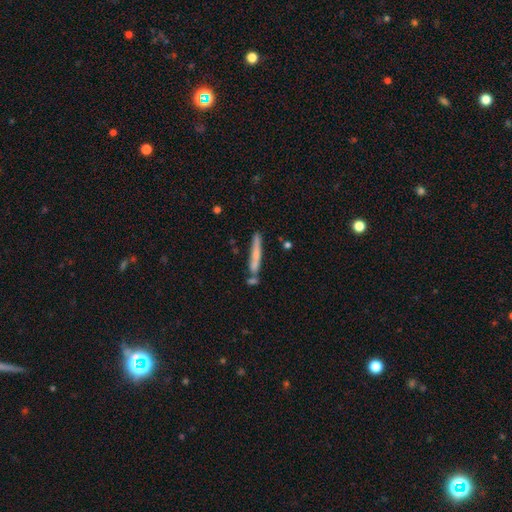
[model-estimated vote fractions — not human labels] Overall: smooth (57%; featured or disk 36%). How rounded: cigar-shaped (95%). Merging: none (70%).